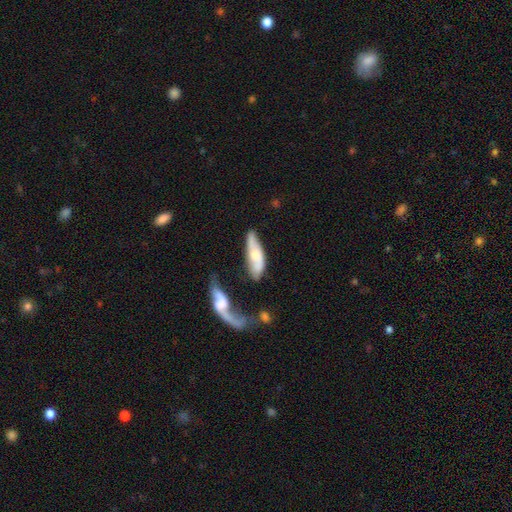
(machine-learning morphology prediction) Smooth or featured: smooth — 49% (featured or disk — 46%)
Merging: none — 59% (minor disturbance — 23%)